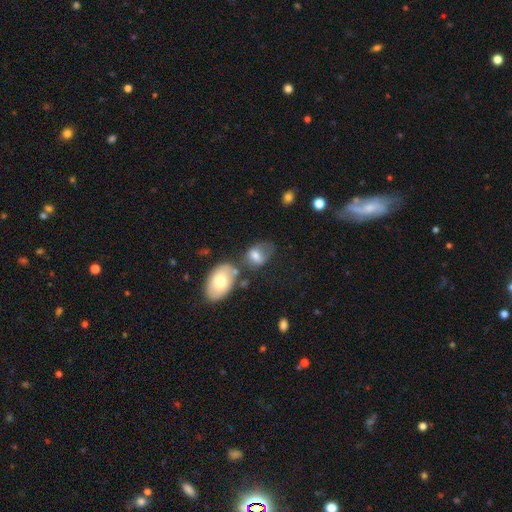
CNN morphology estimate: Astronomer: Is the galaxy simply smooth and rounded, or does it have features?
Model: smooth — 69%.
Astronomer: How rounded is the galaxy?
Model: in between — 75%.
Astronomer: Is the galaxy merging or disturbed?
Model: none — 36% (runner-up: minor disturbance, 26%).